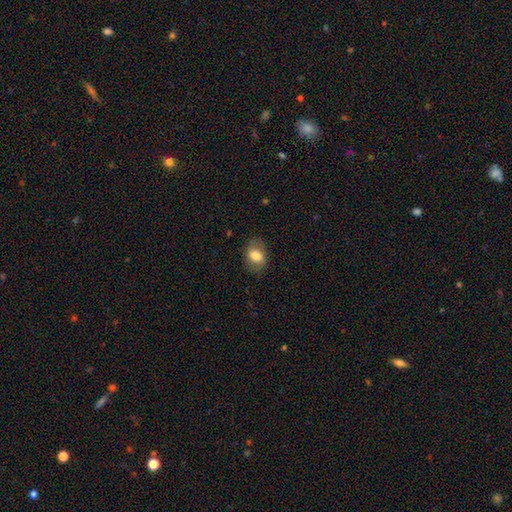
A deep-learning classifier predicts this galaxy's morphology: type=smooth (68%); roundness=in between (76%); merging=none (78%).